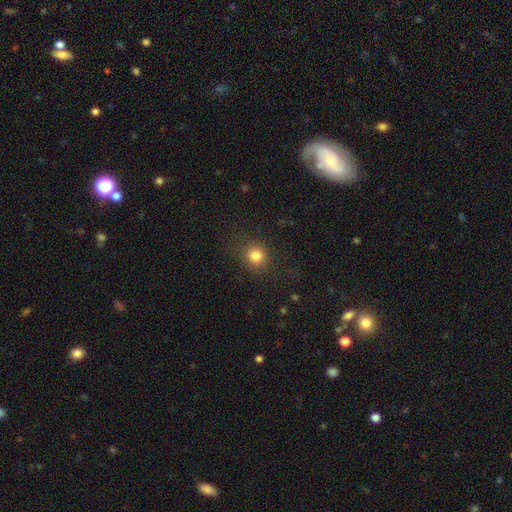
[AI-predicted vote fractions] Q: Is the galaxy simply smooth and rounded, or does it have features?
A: smooth — 82%.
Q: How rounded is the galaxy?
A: round — 87%.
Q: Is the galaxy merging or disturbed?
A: none — 85%.